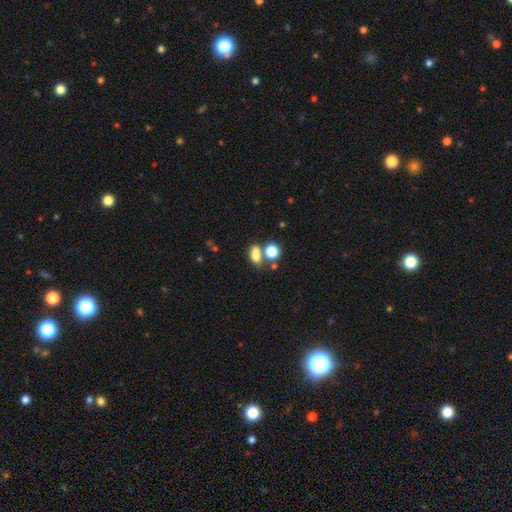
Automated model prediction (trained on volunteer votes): This is likely a smooth galaxy (75%). How rounded: likely in between (70%). Merging: marginally merger (42%).